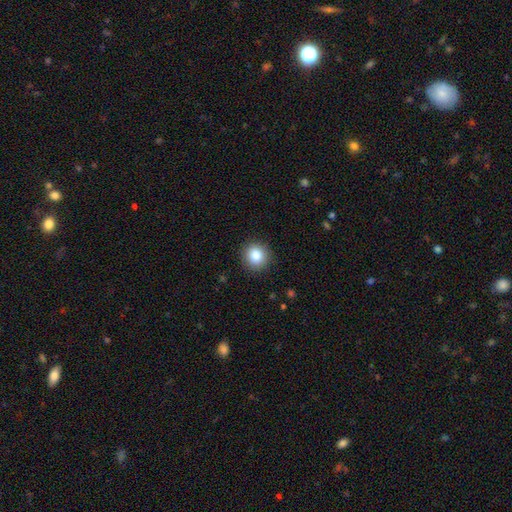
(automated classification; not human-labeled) Smooth or featured?
  - smooth: 85% *
  - star or artifact: 10%
  - featured or disk: 6%
How rounded?
  - round: 91% *
  - in between: 9%
  - cigar-shaped: 1%
Merging?
  - none: 91% *
  - minor disturbance: 6%
  - major disturbance: 2%
  - merger: 1%